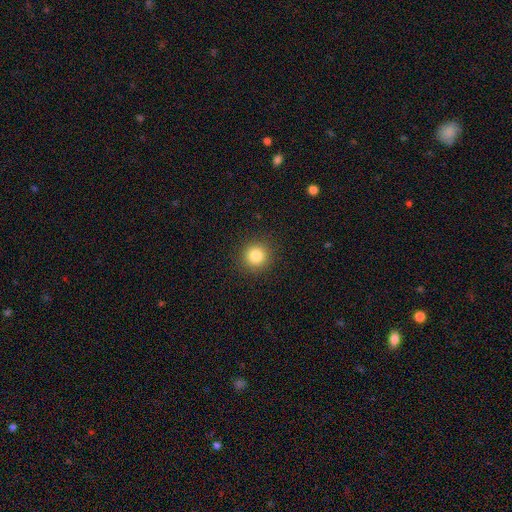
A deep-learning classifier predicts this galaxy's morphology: This appears to be a smooth galaxy with no disk features (83%) that is round (94%). Merging: none (91%).